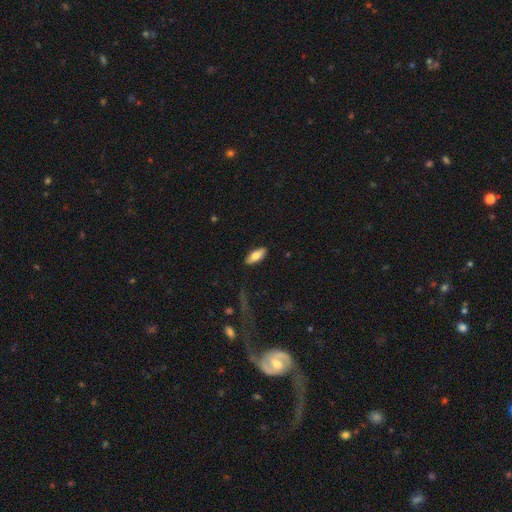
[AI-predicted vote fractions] smooth-or-featured: smooth: 75% | featured or disk: 19% | star or artifact: 6%
  how-rounded: in between: 78% | cigar-shaped: 20% | round: 2%
  merging: none: 88% | minor disturbance: 9% | major disturbance: 2% | merger: 1%